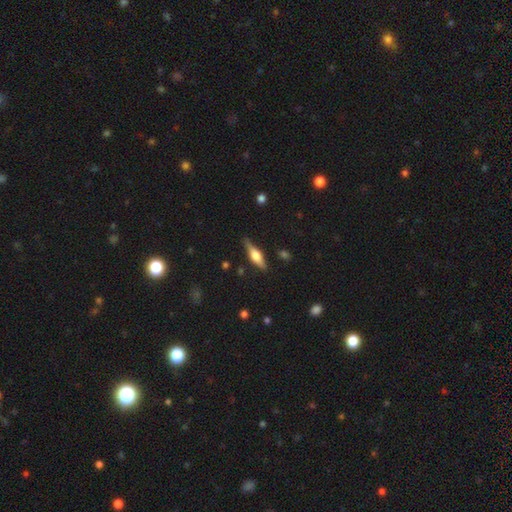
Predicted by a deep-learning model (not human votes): smooth_or_featured: featured or disk (p=0.60) [alt: smooth p=0.33]
disk_edge_on: yes (p=0.96) [alt: no p=0.04]
edge_on_bulge: rounded (p=0.89) [alt: boxy p=0.09]
merging: none (p=0.82) [alt: minor disturbance p=0.13]